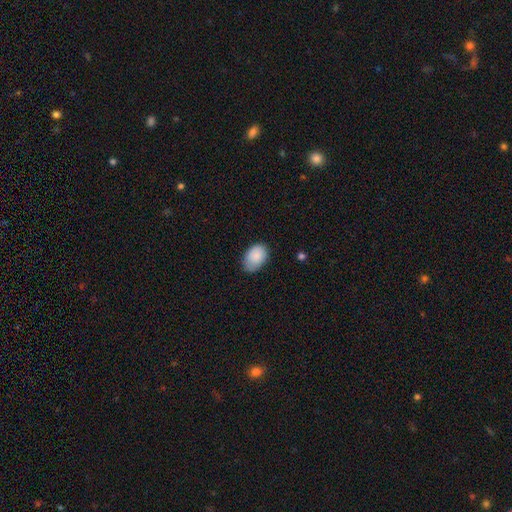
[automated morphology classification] Overall: smooth (88%). How rounded: in between (87%). Merging: none (67%; minor disturbance 27%).